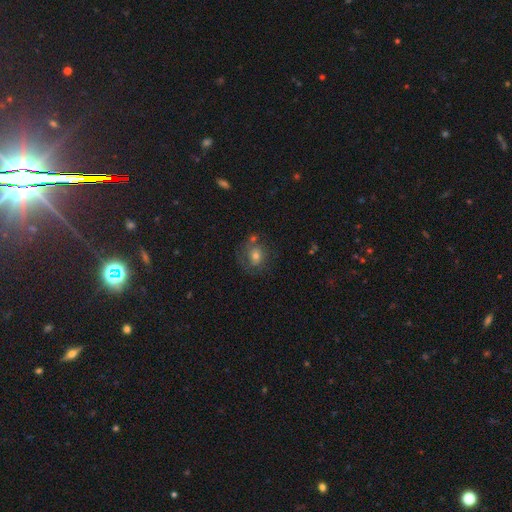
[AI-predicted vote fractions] Morphology: type=smooth (44%); merging=none (61%).